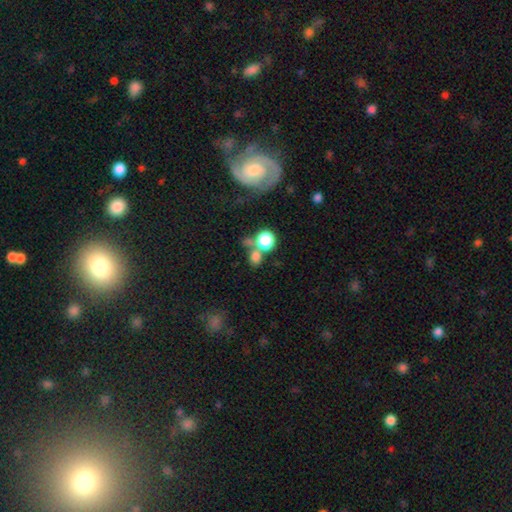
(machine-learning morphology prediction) smooth-or-featured: smooth: 76% | star or artifact: 15% | featured or disk: 9%
  how-rounded: round: 64% | in between: 34% | cigar-shaped: 2%
  merging: none: 43% | merger: 41% | minor disturbance: 9% | major disturbance: 6%